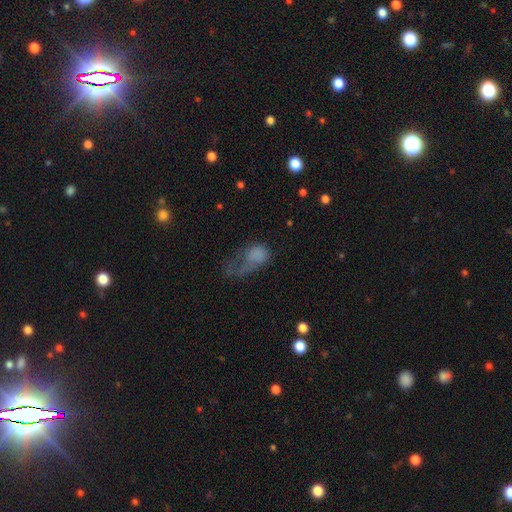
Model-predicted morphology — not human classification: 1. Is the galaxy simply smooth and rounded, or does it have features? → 62% smooth, 23% featured or disk, 14% star or artifact.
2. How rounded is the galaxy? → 69% in between, 28% round, 3% cigar-shaped.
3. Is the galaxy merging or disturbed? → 61% major disturbance, 17% minor disturbance, 17% none, 5% merger.